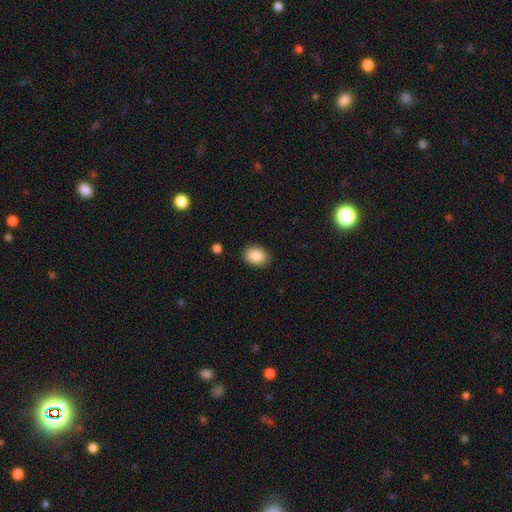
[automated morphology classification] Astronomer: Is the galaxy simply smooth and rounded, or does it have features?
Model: smooth — 87%.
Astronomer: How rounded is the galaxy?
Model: in between — 68%.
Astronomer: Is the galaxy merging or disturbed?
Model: none — 90%.